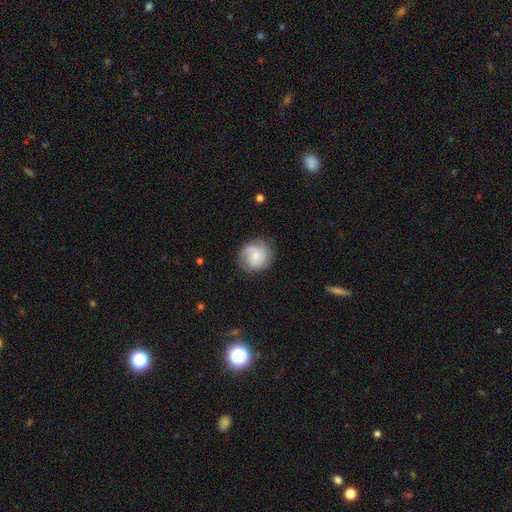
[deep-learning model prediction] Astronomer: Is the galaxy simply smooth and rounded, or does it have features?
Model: featured or disk — 63%.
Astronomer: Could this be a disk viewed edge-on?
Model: no — 98%.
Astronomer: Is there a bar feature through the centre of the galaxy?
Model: no — 65%.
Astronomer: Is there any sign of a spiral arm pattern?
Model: yes — 93%.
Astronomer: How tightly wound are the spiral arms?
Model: medium — 41%, tied with tight at 41%.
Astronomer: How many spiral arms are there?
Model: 2 — 41% (runner-up: 3, 19%).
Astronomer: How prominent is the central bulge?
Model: small — 60%.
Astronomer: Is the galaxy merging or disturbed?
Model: none — 74%.